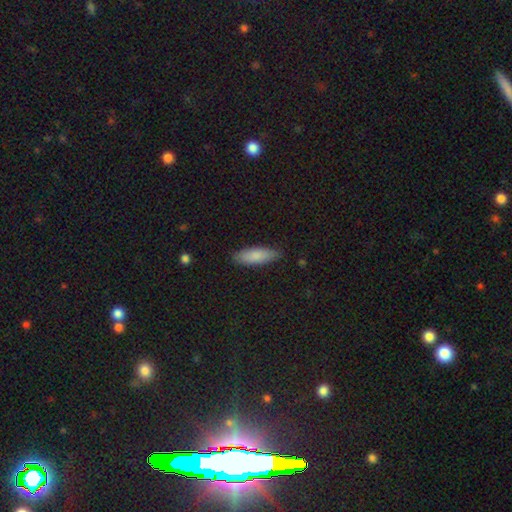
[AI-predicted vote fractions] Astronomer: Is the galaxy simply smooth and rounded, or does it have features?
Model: smooth — 84%.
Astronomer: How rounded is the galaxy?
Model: in between — 58% (runner-up: cigar-shaped, 40%).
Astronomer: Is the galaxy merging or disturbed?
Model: none — 85%.